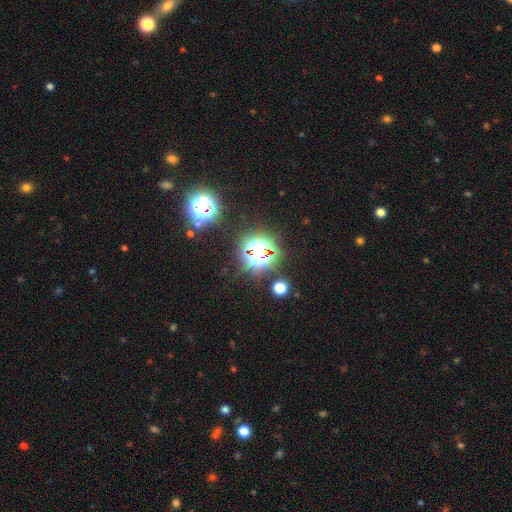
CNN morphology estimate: type=star or artifact (75%).